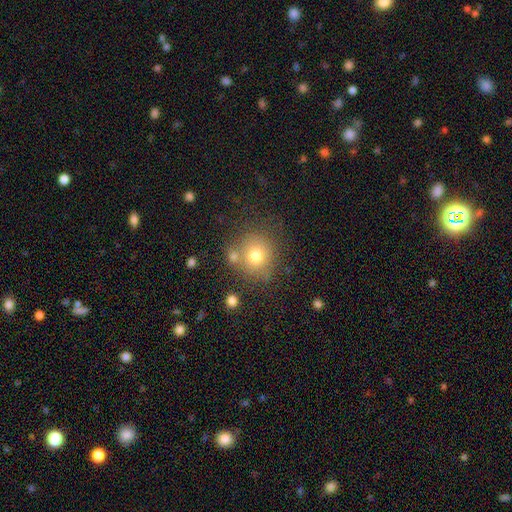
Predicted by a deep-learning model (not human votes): This is likely a smooth galaxy (73%). How rounded: clearly round (84%). Merging: likely none (67%).